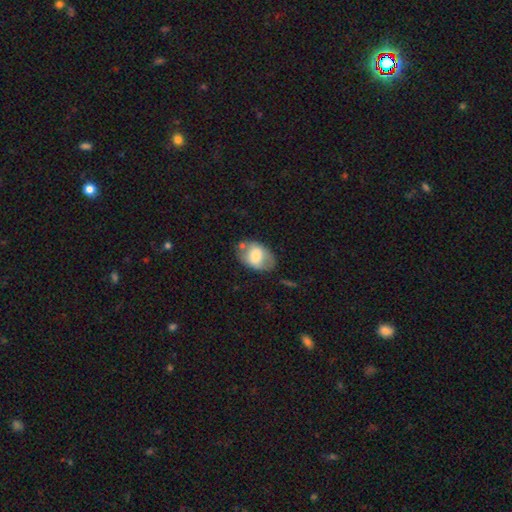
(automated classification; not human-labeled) smooth-or-featured: smooth: 63% | featured or disk: 30% | star or artifact: 7%
  how-rounded: in between: 85% | round: 14% | cigar-shaped: 1%
  merging: none: 66% | minor disturbance: 20% | merger: 7% | major disturbance: 7%